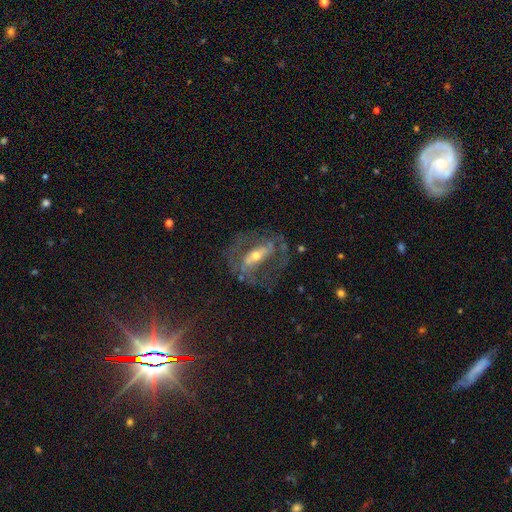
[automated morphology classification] Smooth or featured? Predicted: featured or disk (p=0.77). Edge-on disk? Predicted: no (p=0.86). Bar? Predicted: strong (p=0.49). Spiral arms? Predicted: yes (p=0.66). Bulge size? Predicted: moderate (p=0.52). Merging? Predicted: none (p=0.56).